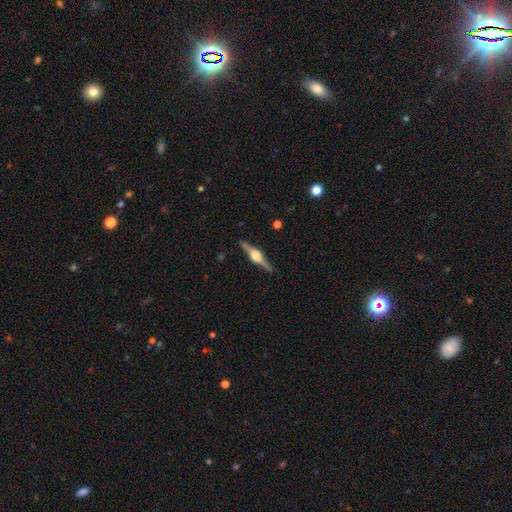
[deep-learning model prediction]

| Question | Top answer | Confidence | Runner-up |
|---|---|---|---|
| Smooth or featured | featured or disk | 83% | smooth (12%) |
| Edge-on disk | yes | 98% | no (2%) |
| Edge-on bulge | rounded | 94% | boxy (5%) |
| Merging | none | 90% | minor disturbance (7%) |